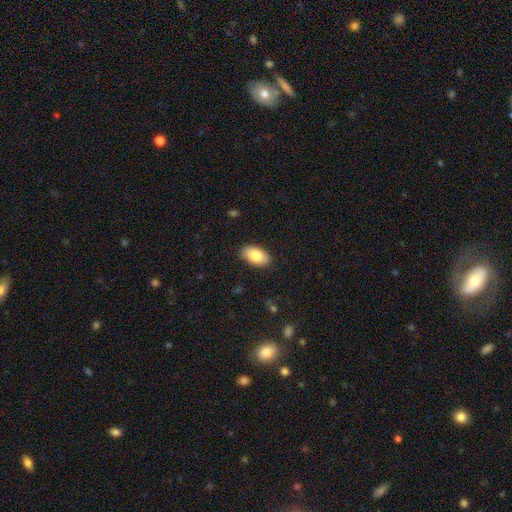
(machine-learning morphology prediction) type=smooth (83%); roundness=in between (94%); merging=none (88%).